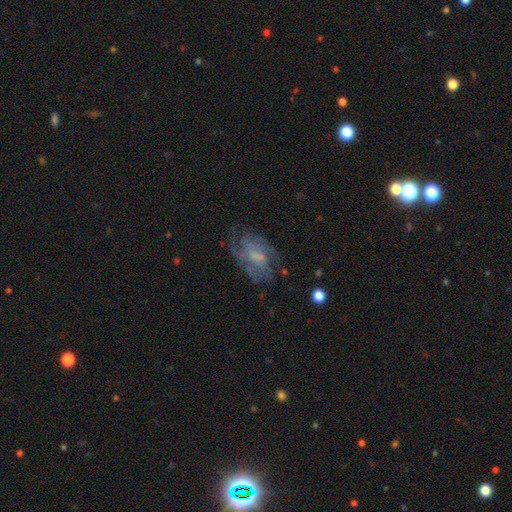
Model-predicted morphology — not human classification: A featured or disk galaxy (68%) with no bar (59%), medium (41%) spiral arms (76%) and a small central bulge (47%).

Vote fractions:
- Smooth or featured? featured or disk: 68% / smooth: 22% / star or artifact: 10%
- Edge-on disk? no: 96% / yes: 4%
- Bar? no: 59% / weak: 35% / strong: 6%
- Spiral arms? yes: 76% / no: 24%
- Spiral winding? medium: 41% / tight: 39% / loose: 20%
- Spiral arm count? can't tell: 49% / 2: 14% / 3: 14% / 4: 11% / more than 4: 5% / 1: 5%
- Bulge size? small: 47% / moderate: 26% / none: 22% / large: 3% / dominant: 1%
- Merging? none: 59% / minor disturbance: 21% / major disturbance: 17% / merger: 2%